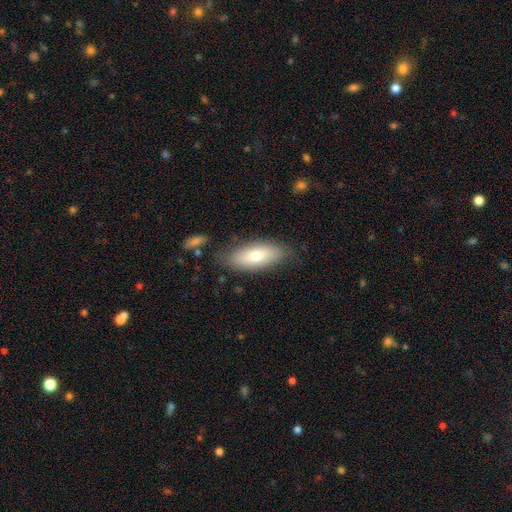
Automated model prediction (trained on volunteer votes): A smooth galaxy with no disk features (73%) that is in between round and cigar-shaped (76%). Merging: none (81%).